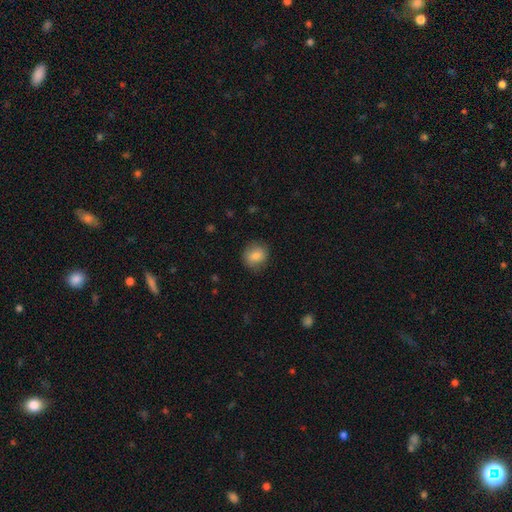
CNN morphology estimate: smooth_or_featured: smooth (p=0.82) [alt: featured or disk p=0.10]
how_rounded: round (p=0.79) [alt: in between p=0.20]
merging: none (p=0.81) [alt: minor disturbance p=0.14]